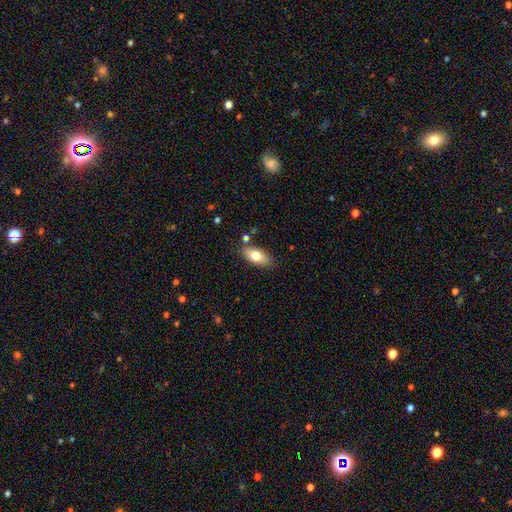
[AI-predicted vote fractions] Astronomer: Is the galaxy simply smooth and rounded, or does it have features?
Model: smooth — 75%.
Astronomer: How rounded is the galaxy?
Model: in between — 88%.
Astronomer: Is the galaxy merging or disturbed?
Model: none — 80%.